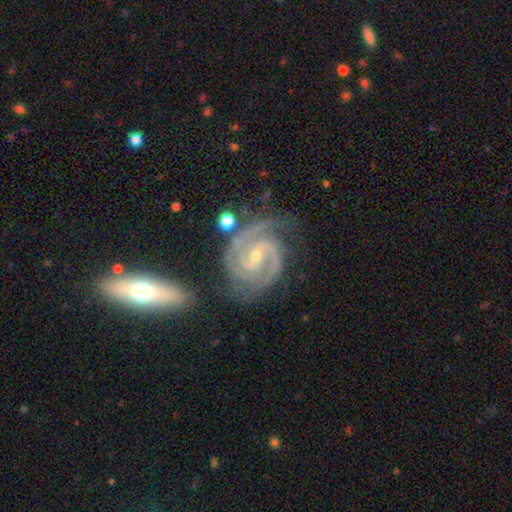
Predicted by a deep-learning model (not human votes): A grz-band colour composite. It shows a featured or disk galaxy (93%) with a weak bar (46%), 2 (59%) tight (60%) spiral arms (99%) and a small central bulge (66%). Merging: none (66%).